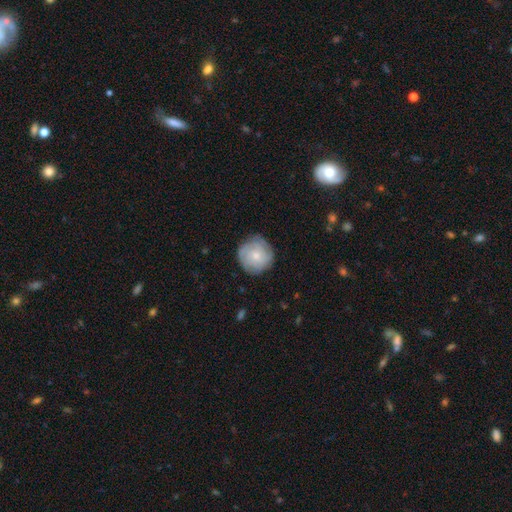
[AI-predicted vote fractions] A featured or disk galaxy (55%) with no bar (78%), spiral arms (89%) and a small central bulge (55%).

Vote fractions:
- Smooth or featured? featured or disk: 55% / smooth: 37% / star or artifact: 7%
- Edge-on disk? no: 98% / yes: 2%
- Bar? no: 78% / weak: 20% / strong: 3%
- Spiral arms? yes: 89% / no: 11%
- Bulge size? small: 55% / moderate: 38% / none: 3% / large: 2% / dominant: 1%
- Merging? none: 82% / minor disturbance: 13% / major disturbance: 4% / merger: 1%